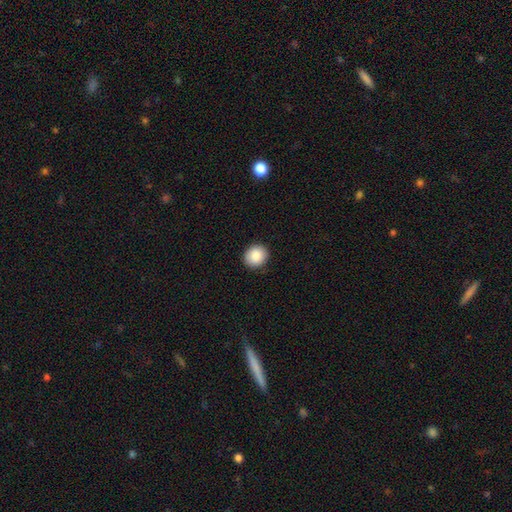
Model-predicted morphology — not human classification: Smooth or featured?
  - smooth: 88% *
  - star or artifact: 8%
  - featured or disk: 4%
How rounded?
  - round: 77% *
  - in between: 22%
  - cigar-shaped: 1%
Merging?
  - none: 91% *
  - minor disturbance: 7%
  - major disturbance: 2%
  - merger: 1%